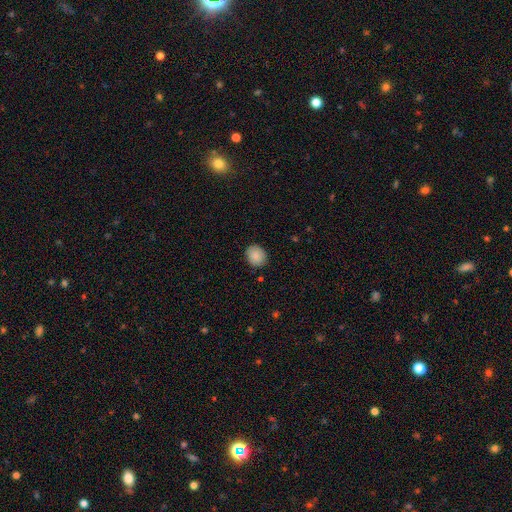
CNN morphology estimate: smooth_or_featured: smooth (p=0.88) [alt: star or artifact p=0.07]
how_rounded: round (p=0.60) [alt: in between p=0.39]
merging: none (p=0.87) [alt: minor disturbance p=0.10]